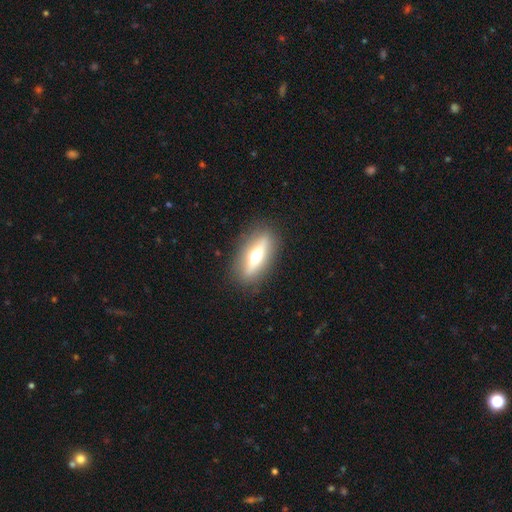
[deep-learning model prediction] Smooth or featured: featured or disk — 48% (smooth — 44%)
Merging: none — 87% (minor disturbance — 8%)